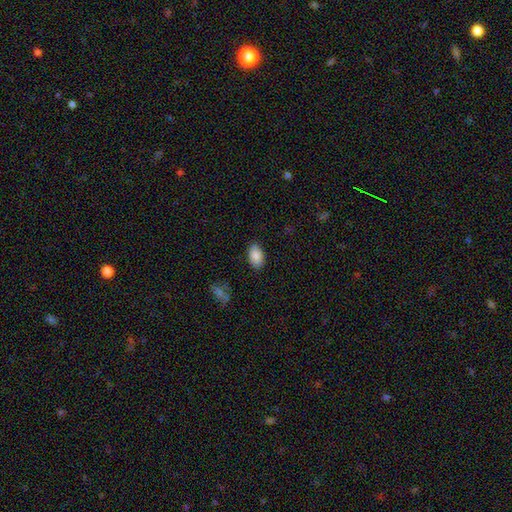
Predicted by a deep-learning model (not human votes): Smooth or featured? Predicted: smooth (p=0.87). How rounded? Predicted: in between (p=0.93). Merging? Predicted: none (p=0.86).